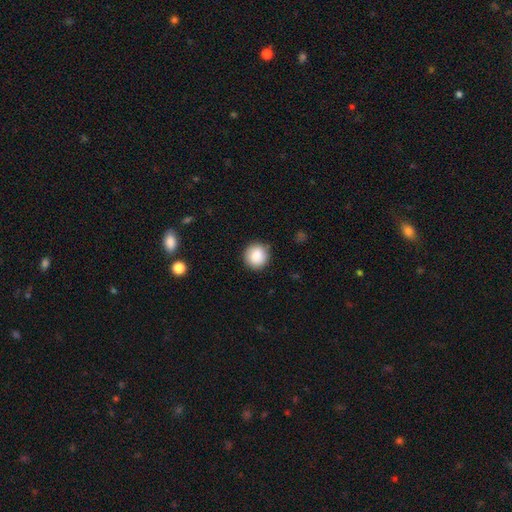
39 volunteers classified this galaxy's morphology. Q: Smooth or featured?
A: smooth (87%); runner-up: star or artifact (8%)
Q: How rounded?
A: round (91%); runner-up: in between (9%)
Q: Merging?
A: none (86%); runner-up: major disturbance (6%)